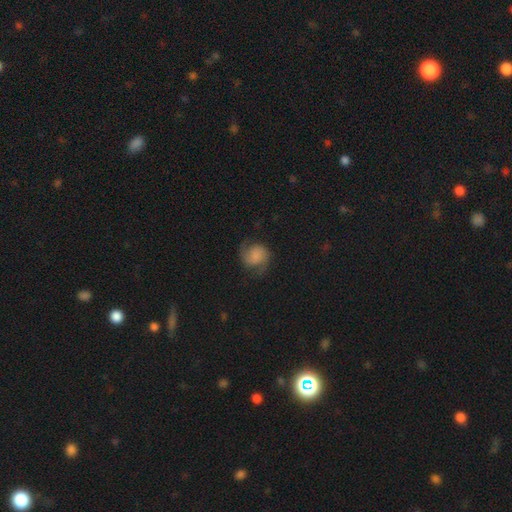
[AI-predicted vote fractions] Smooth or featured: featured or disk — 63% (smooth — 28%)
Edge-on disk: no — 98% (yes — 2%)
Bar: no — 66% (weak — 27%)
Spiral arms: yes — 95% (no — 5%)
Spiral winding: medium — 47% (loose — 36%)
Spiral arm count: 2 — 92% (can't tell — 3%)
Bulge size: none — 45% (small — 19%)
Merging: none — 75% (minor disturbance — 16%)